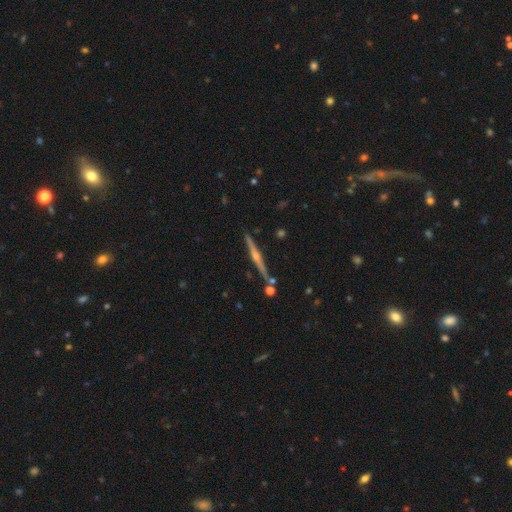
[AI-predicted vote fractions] Smooth or featured: featured or disk — 82% (smooth — 12%)
Edge-on disk: yes — 98% (no — 2%)
Edge-on bulge: rounded — 87% (none — 8%)
Merging: none — 88% (minor disturbance — 7%)